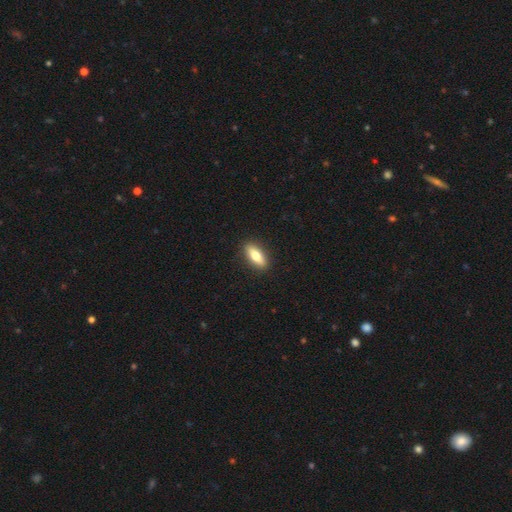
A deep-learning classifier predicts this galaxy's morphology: A smooth galaxy with no disk features (69%) that is in between round and cigar-shaped (69%). Merging: none (89%).